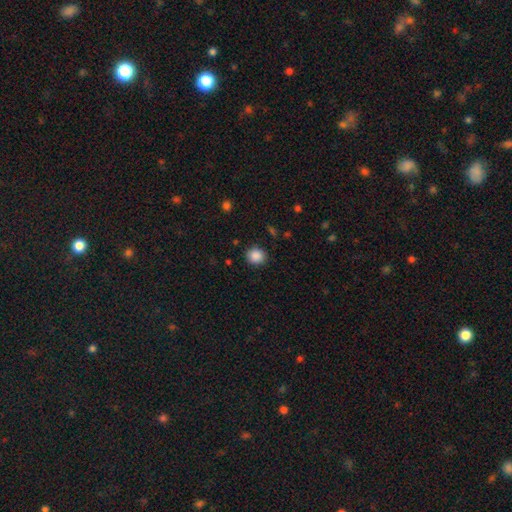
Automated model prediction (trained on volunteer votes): Smooth or featured? smooth (88%)
How rounded? round (82%)
Merging? none (88%)